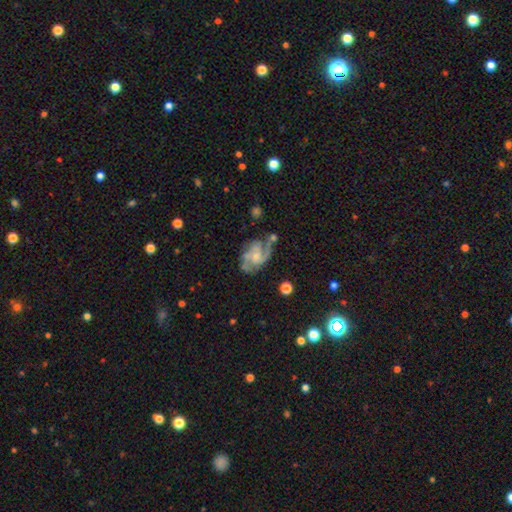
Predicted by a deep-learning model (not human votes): Q: Smooth or featured?
A: featured or disk (84%); runner-up: smooth (10%)
Q: Edge-on disk?
A: no (98%); runner-up: yes (2%)
Q: Bar?
A: no (57%); runner-up: weak (36%)
Q: Spiral arms?
A: yes (94%); runner-up: no (6%)
Q: Spiral winding?
A: medium (52%); runner-up: tight (25%)
Q: Spiral arm count?
A: 2 (55%); runner-up: 3 (20%)
Q: Bulge size?
A: small (50%); runner-up: moderate (33%)
Q: Merging?
A: none (52%); runner-up: minor disturbance (23%)